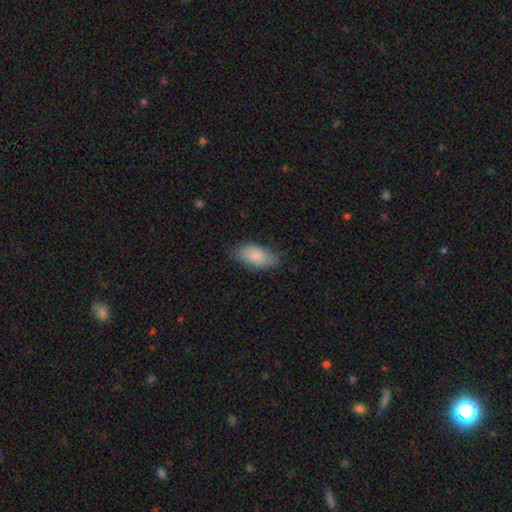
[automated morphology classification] Q: Smooth or featured?
A: smooth (84%); runner-up: featured or disk (9%)
Q: How rounded?
A: in between (92%); runner-up: cigar-shaped (6%)
Q: Merging?
A: none (70%); runner-up: minor disturbance (23%)